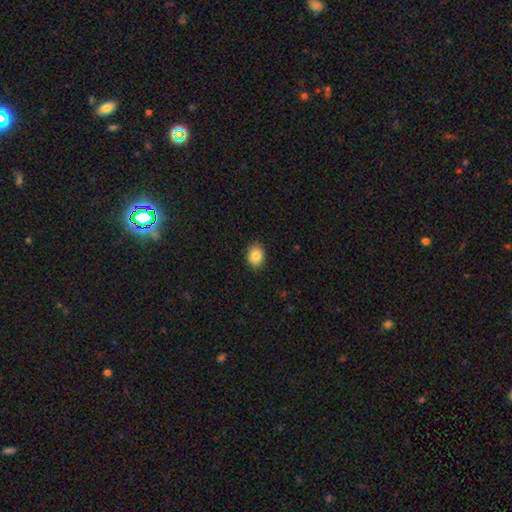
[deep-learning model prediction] Smooth or featured? Predicted: smooth (p=0.85). How rounded? Predicted: in between (p=0.61). Merging? Predicted: none (p=0.89).